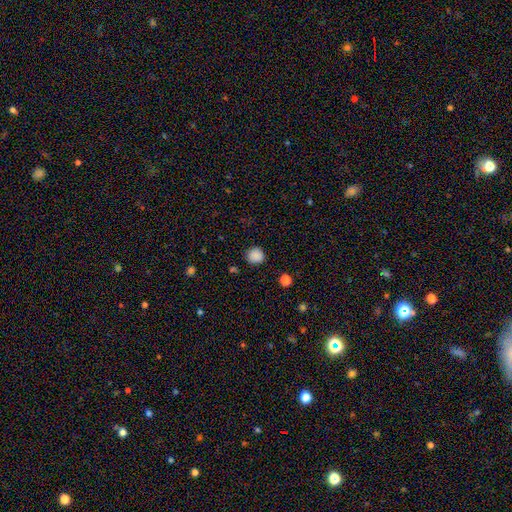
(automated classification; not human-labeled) A smooth galaxy with no disk features (86%) that is round (89%).

Vote fractions:
- Smooth or featured? smooth: 86% / star or artifact: 11% / featured or disk: 3%
- How rounded? round: 89% / in between: 10% / cigar-shaped: 1%
- Merging? none: 84% / minor disturbance: 12% / major disturbance: 3% / merger: 2%